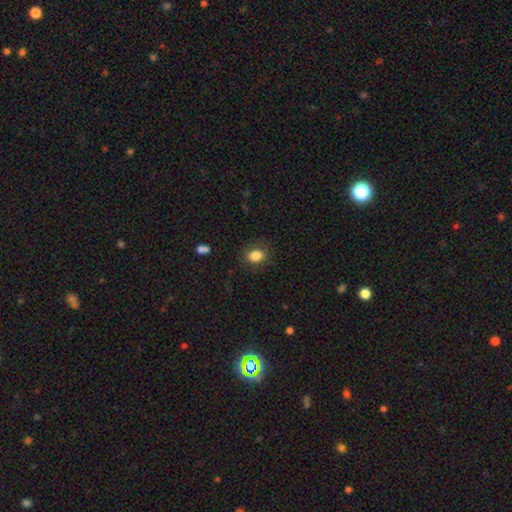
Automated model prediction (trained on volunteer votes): smooth_or_featured: smooth (p=0.85) [alt: star or artifact p=0.09]
how_rounded: in between (p=0.66) [alt: round p=0.32]
merging: none (p=0.80) [alt: minor disturbance p=0.14]